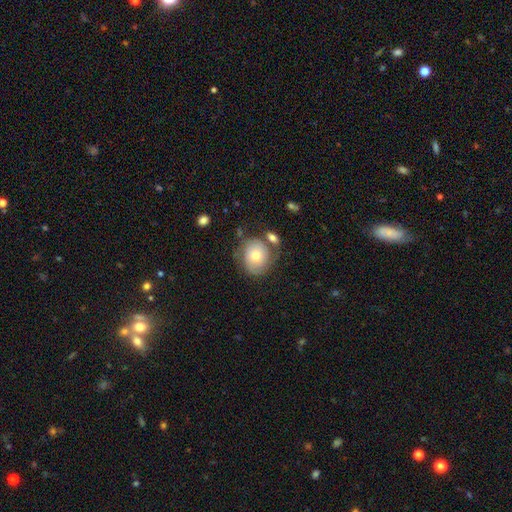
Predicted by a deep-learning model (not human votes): A smooth galaxy with no disk features (60%) that is round (68%).

Vote fractions:
- Smooth or featured? smooth: 60% / featured or disk: 32% / star or artifact: 8%
- How rounded? round: 68% / in between: 32% / cigar-shaped: 1%
- Merging? none: 58% / minor disturbance: 20% / merger: 13% / major disturbance: 9%